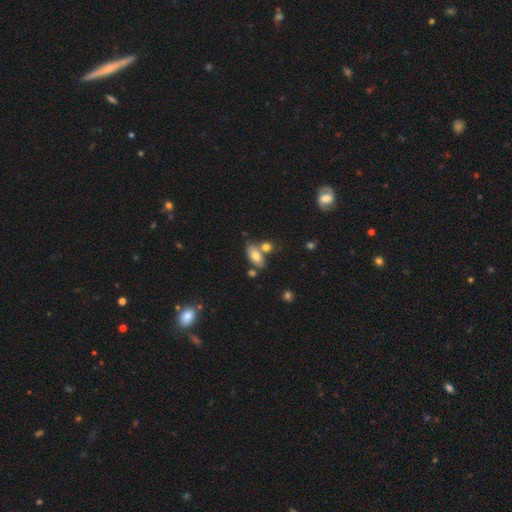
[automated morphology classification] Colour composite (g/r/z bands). It shows a smooth galaxy with no disk features (71%) that is in between round and cigar-shaped (88%). Merging: none (56%).